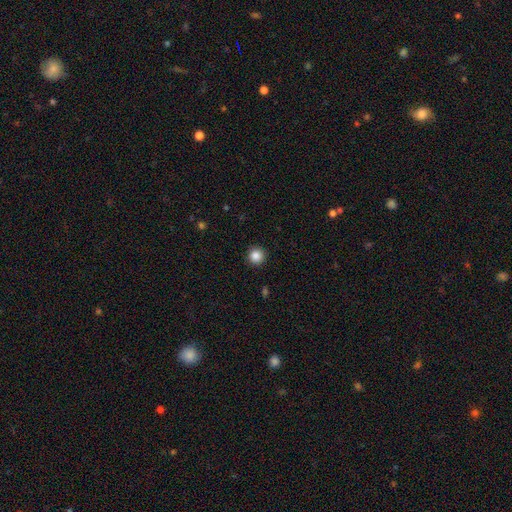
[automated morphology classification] Smooth or featured? smooth (86%)
How rounded? round (96%)
Merging? none (93%)